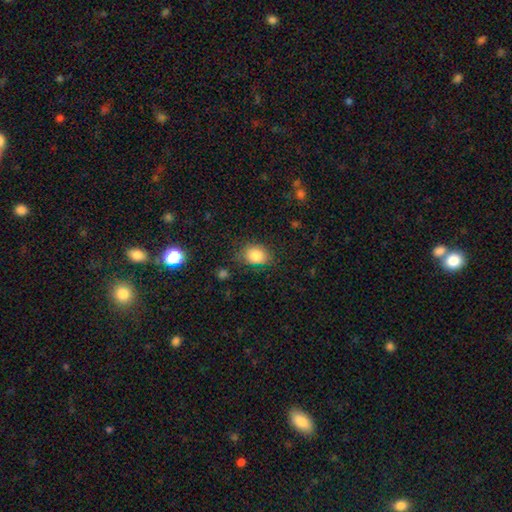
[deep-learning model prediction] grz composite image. It shows a smooth galaxy with no disk features (84%) that is in between round and cigar-shaped (59%). Merging: none (73%).